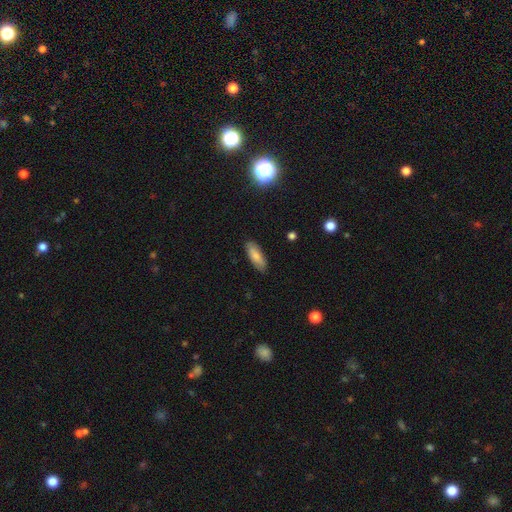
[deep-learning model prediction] Morphology: type=smooth (78%); roundness=in between (64%); merging=none (87%).